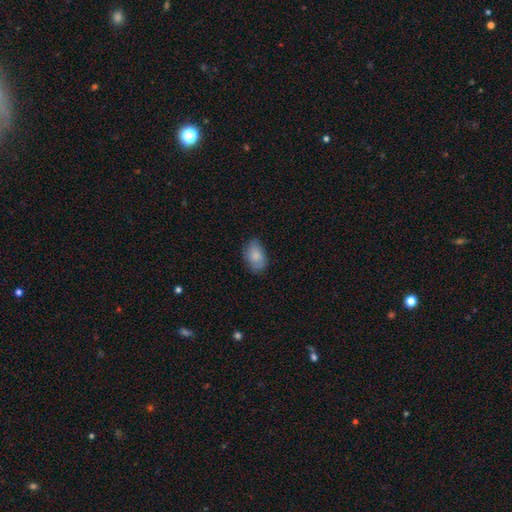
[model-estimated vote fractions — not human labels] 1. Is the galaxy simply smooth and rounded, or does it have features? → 80% smooth, 13% featured or disk, 7% star or artifact.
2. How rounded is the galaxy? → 90% in between, 9% round, 1% cigar-shaped.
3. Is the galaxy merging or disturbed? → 73% none, 21% minor disturbance, 4% major disturbance, 1% merger.